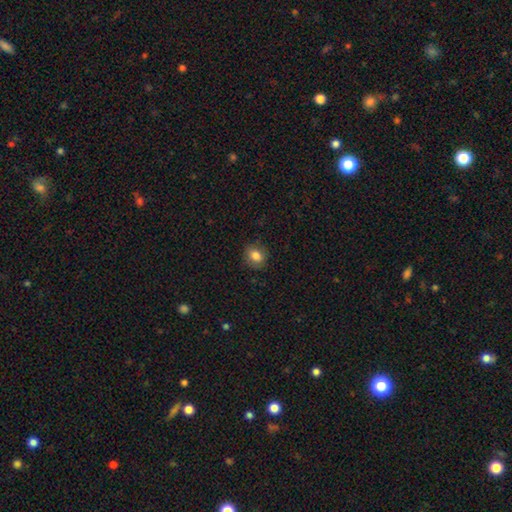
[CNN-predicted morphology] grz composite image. It shows a smooth galaxy with no disk features (83%) that is round (61%). Merging: none (82%).